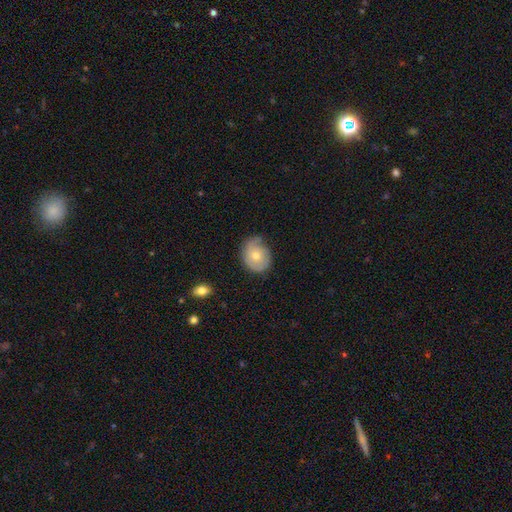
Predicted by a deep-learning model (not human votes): Smooth or featured?
  - smooth: 50% *
  - featured or disk: 42%
  - star or artifact: 8%
Merging?
  - none: 58% *
  - minor disturbance: 31%
  - major disturbance: 9%
  - merger: 1%